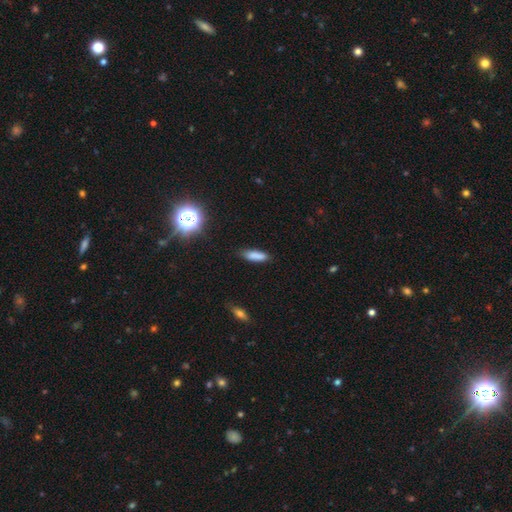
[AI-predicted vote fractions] Overall: smooth (83%). How rounded: cigar-shaped (53%; in between 44%). Merging: none (79%).